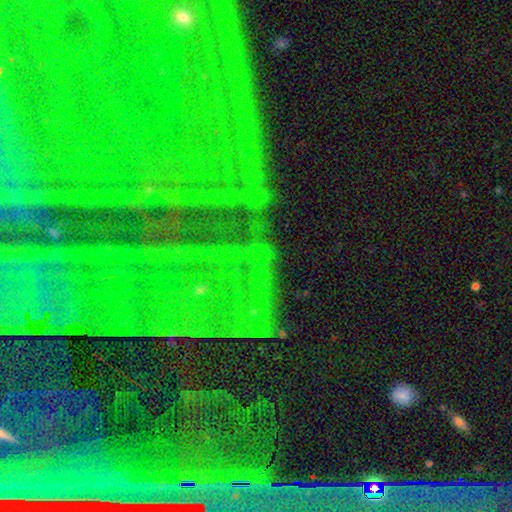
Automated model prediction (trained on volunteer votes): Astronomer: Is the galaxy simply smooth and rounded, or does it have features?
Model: star or artifact — 75%.